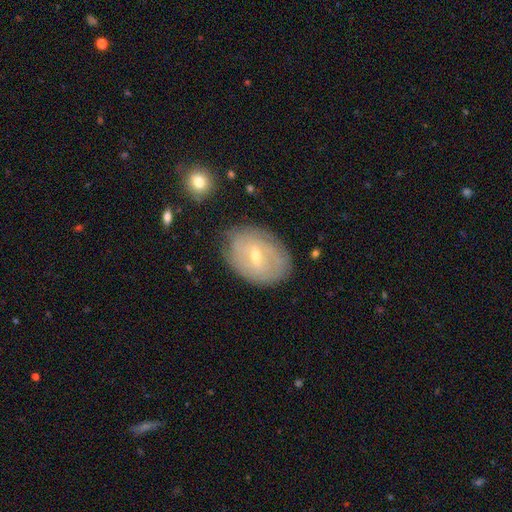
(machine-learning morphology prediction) smooth_or_featured: featured or disk (p=0.64) [alt: smooth p=0.29]
disk_edge_on: no (p=0.94) [alt: yes p=0.06]
bar: weak (p=0.60) [alt: strong p=0.20]
has_spiral_arms: yes (p=0.65) [alt: no p=0.35]
bulge_size: small (p=0.57) [alt: moderate p=0.40]
merging: none (p=0.76) [alt: minor disturbance p=0.18]